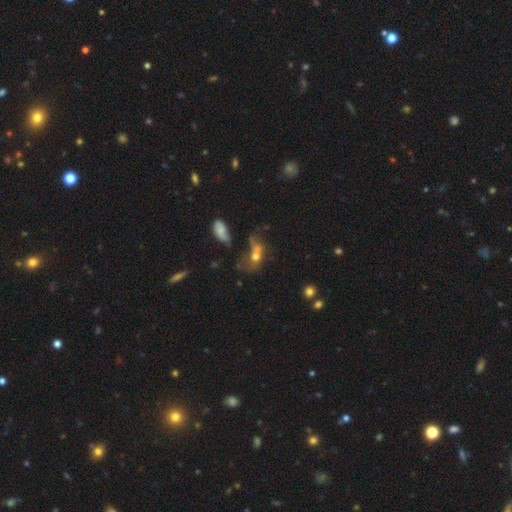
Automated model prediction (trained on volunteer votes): Smooth or featured? smooth (56%)
How rounded? in between (62%)
Merging? merger (39%)